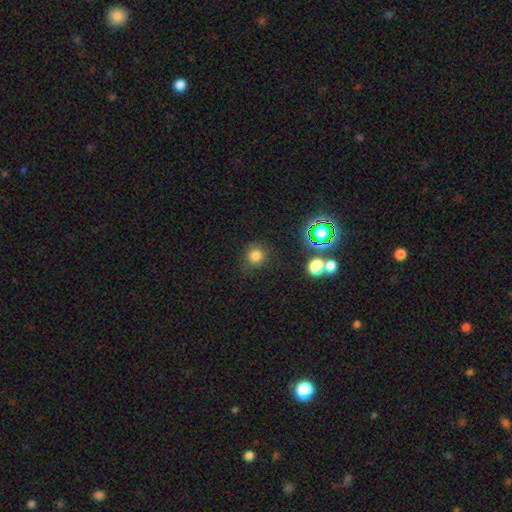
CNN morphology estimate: Smooth or featured? Predicted: smooth (p=0.77). How rounded? Predicted: round (p=0.90). Merging? Predicted: none (p=0.81).